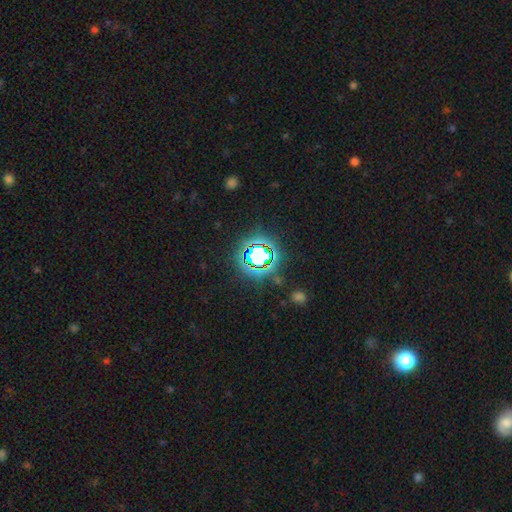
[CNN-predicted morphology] This appears to be a star or artifact, not a galaxy (70%).